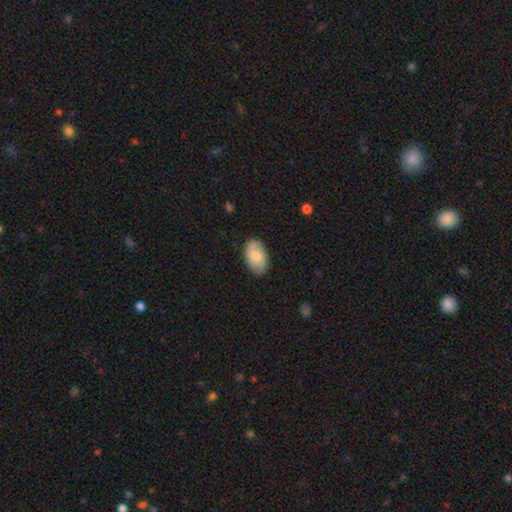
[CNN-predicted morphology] Smooth or featured?
  - smooth: 69% *
  - featured or disk: 24%
  - star or artifact: 6%
How rounded?
  - in between: 93% *
  - round: 6%
  - cigar-shaped: 1%
Merging?
  - none: 83% *
  - minor disturbance: 14%
  - major disturbance: 3%
  - merger: 1%